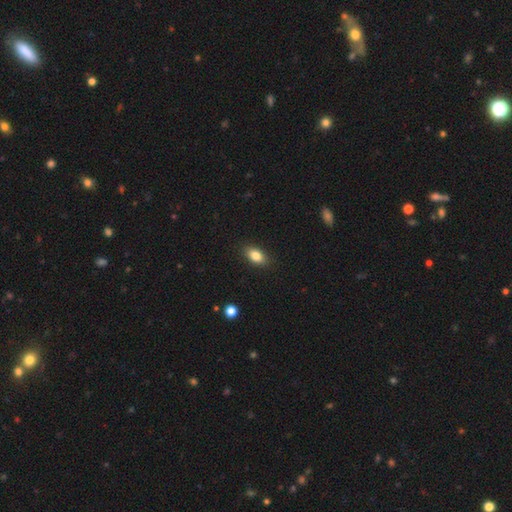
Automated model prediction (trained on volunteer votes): A smooth galaxy with no disk features (84%) that is in between round and cigar-shaped (88%). Merging: none (88%).